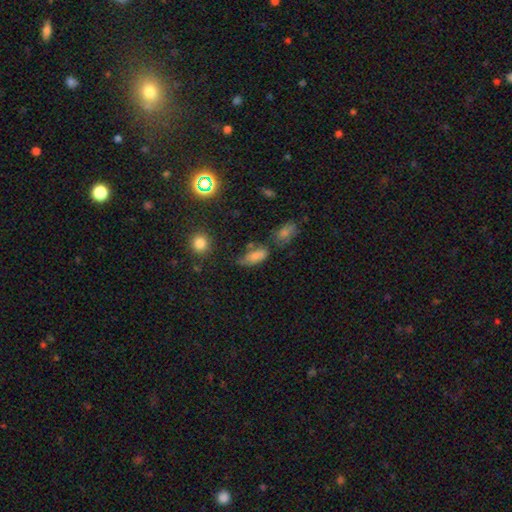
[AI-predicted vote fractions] The model was most divided on "merging": none: 39%, minor disturbance: 32%, major disturbance: 16%, merger: 13%. More confident: how rounded — in between (88%); smooth or featured — smooth (73%).